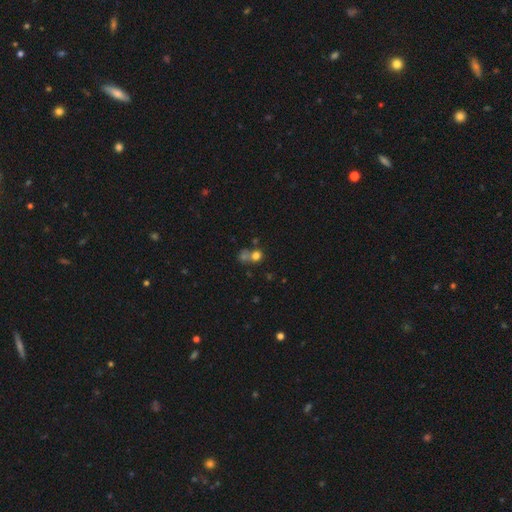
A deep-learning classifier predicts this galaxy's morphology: This appears to be a smooth galaxy with no disk features (70%) that is round (78%). Merging: merger (45%).